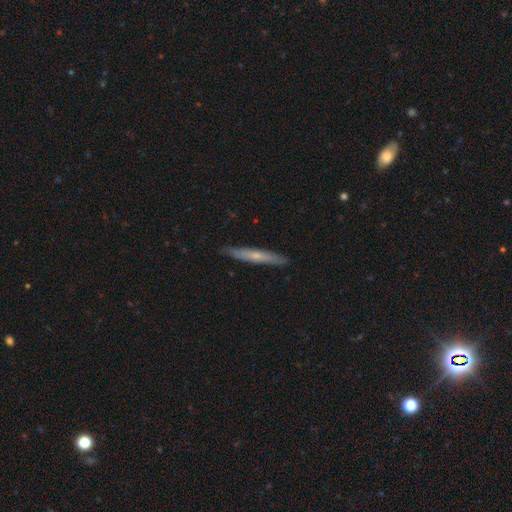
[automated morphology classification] Smooth or featured? Predicted: smooth (p=0.50). Merging? Predicted: none (p=0.89).